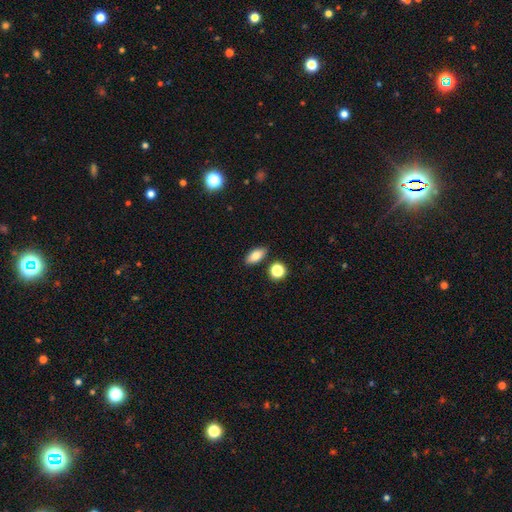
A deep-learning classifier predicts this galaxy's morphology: Smooth or featured? Predicted: smooth (p=0.81). How rounded? Predicted: in between (p=0.85). Merging? Predicted: none (p=0.84).